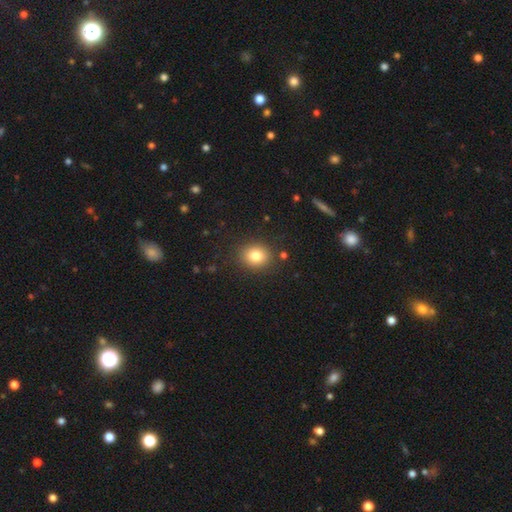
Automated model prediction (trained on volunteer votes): Smooth or featured? Predicted: smooth (p=0.81). How rounded? Predicted: round (p=0.71). Merging? Predicted: none (p=0.87).